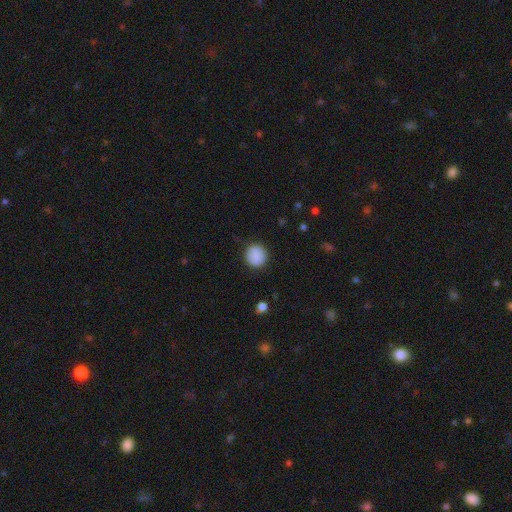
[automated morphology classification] A smooth galaxy with no disk features (88%) that is round (91%). Merging: none (88%).